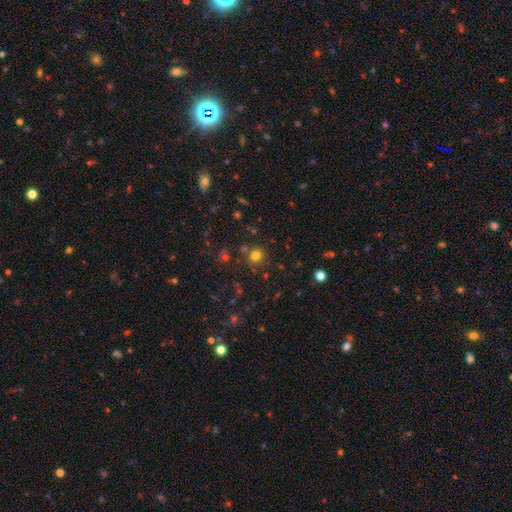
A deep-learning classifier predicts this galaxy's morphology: Q: Smooth or featured?
A: smooth (75%); runner-up: star or artifact (19%)
Q: How rounded?
A: round (92%); runner-up: in between (7%)
Q: Merging?
A: none (81%); runner-up: minor disturbance (9%)